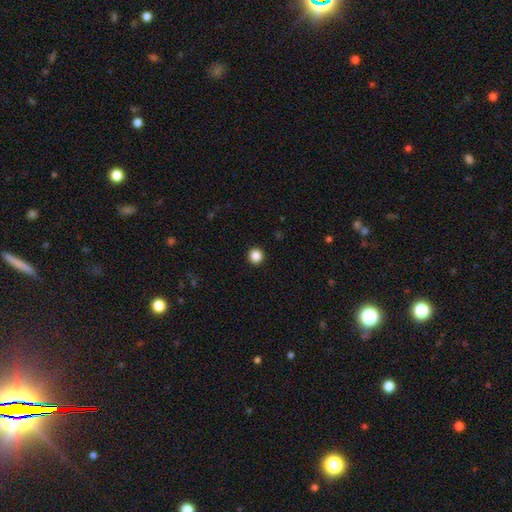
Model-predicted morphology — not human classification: Smooth or featured?
  - smooth: 87% *
  - star or artifact: 10%
  - featured or disk: 3%
How rounded?
  - round: 94% *
  - in between: 5%
  - cigar-shaped: 1%
Merging?
  - none: 94% *
  - minor disturbance: 4%
  - major disturbance: 1%
  - merger: 1%